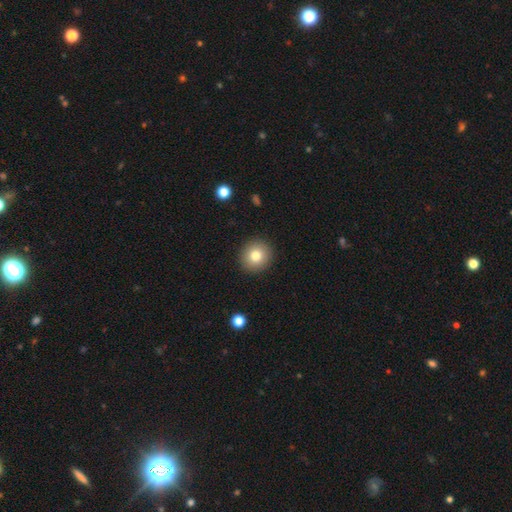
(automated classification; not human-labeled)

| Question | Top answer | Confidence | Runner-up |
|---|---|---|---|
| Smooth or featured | smooth | 79% | featured or disk (11%) |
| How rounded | round | 90% | in between (9%) |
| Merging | none | 92% | minor disturbance (6%) |